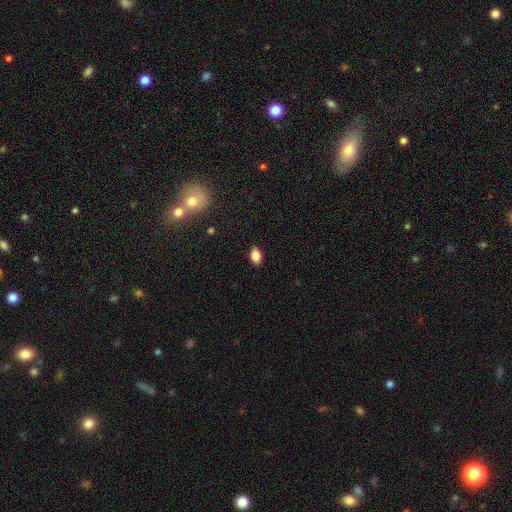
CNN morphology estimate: A smooth galaxy with no disk features (85%) that is in between round and cigar-shaped (88%). Merging: none (88%).